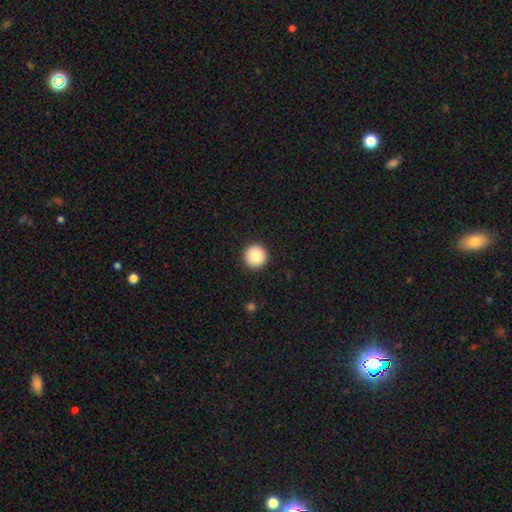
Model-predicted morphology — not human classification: The model was most divided on "smooth or featured": smooth: 86%, star or artifact: 8%, featured or disk: 6%. More confident: how rounded — round (96%); merging — none (93%).